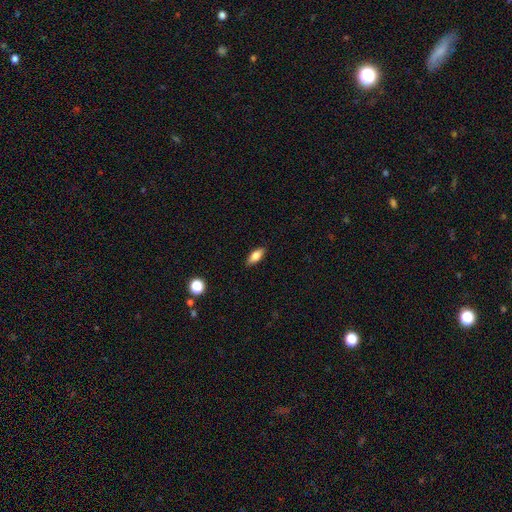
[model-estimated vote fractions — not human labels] Overall: smooth (76%). How rounded: in between (79%). Merging: none (88%).